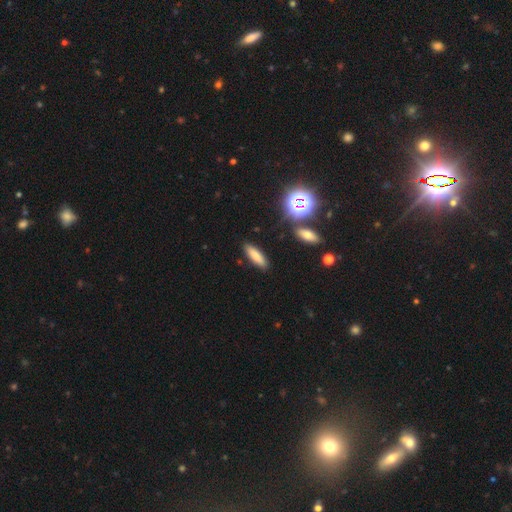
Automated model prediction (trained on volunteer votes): smooth-or-featured: smooth: 80% | star or artifact: 10% | featured or disk: 10%
  how-rounded: cigar-shaped: 57% | in between: 41% | round: 2%
  merging: none: 88% | minor disturbance: 7% | major disturbance: 2% | merger: 2%